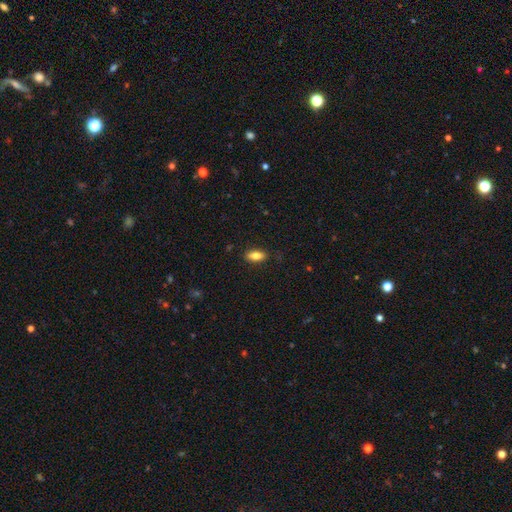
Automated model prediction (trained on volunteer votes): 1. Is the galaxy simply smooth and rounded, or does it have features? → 81% smooth, 12% featured or disk, 7% star or artifact.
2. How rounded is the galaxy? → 87% in between, 10% cigar-shaped, 3% round.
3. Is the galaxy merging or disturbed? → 87% none, 10% minor disturbance, 2% major disturbance, 1% merger.